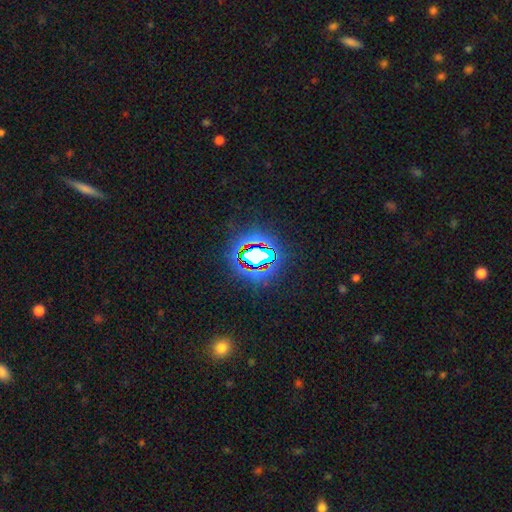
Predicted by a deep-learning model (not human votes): Smooth or featured: star or artifact — 71% (smooth — 16%)